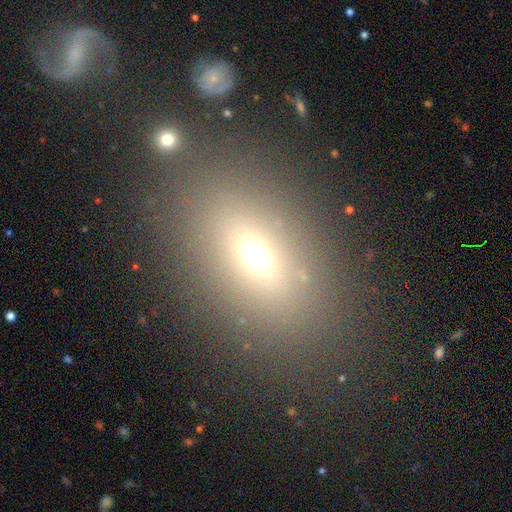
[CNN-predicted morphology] type=smooth (64%); roundness=in between (75%); merging=none (80%).